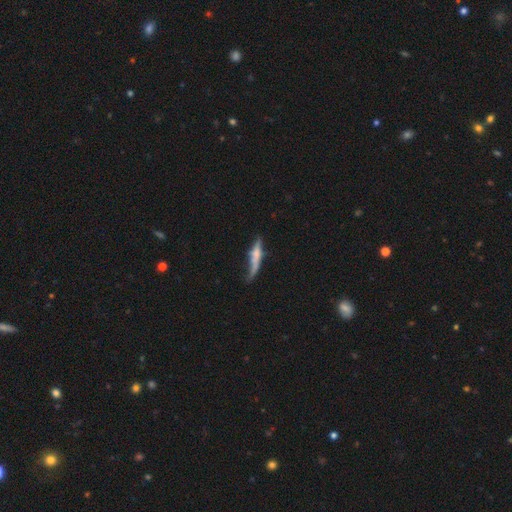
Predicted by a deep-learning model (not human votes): Overall: smooth (48%; featured or disk 44%). Merging: none (40%; minor disturbance 26%).